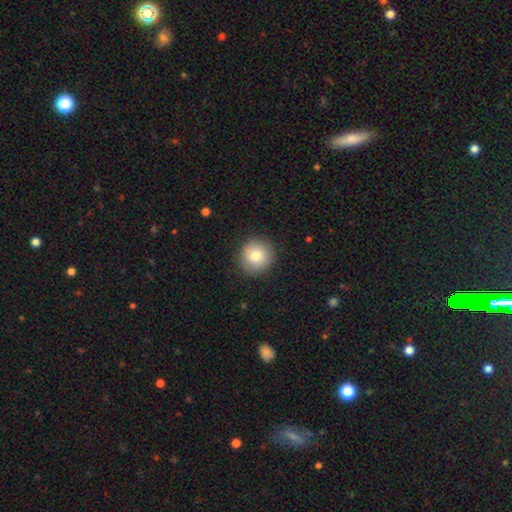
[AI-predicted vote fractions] Overall: smooth (79%). How rounded: round (94%). Merging: none (89%).